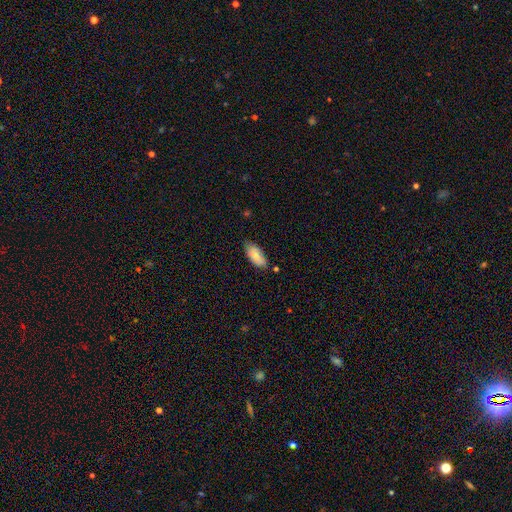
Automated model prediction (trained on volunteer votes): Smooth or featured?
  - smooth: 82% *
  - featured or disk: 11%
  - star or artifact: 6%
How rounded?
  - in between: 89% *
  - cigar-shaped: 9%
  - round: 2%
Merging?
  - none: 71% *
  - minor disturbance: 23%
  - major disturbance: 3%
  - merger: 2%